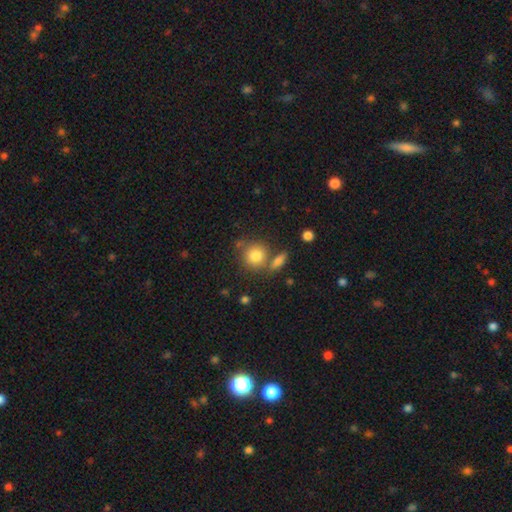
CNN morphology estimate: type=smooth (82%); roundness=round (83%); merging=none (62%).